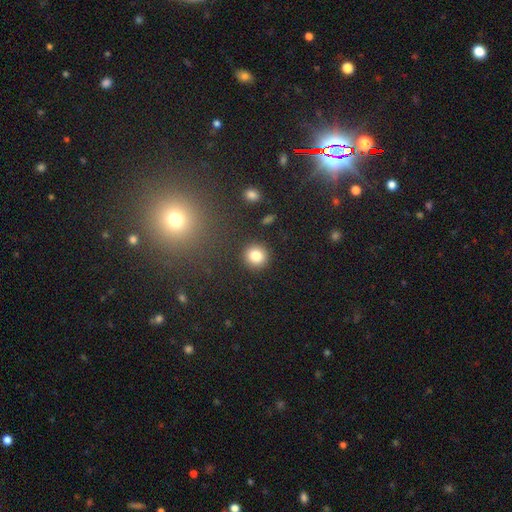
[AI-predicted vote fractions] This is clearly a smooth galaxy (82%). How rounded: clearly round (91%). Merging: clearly none (90%).